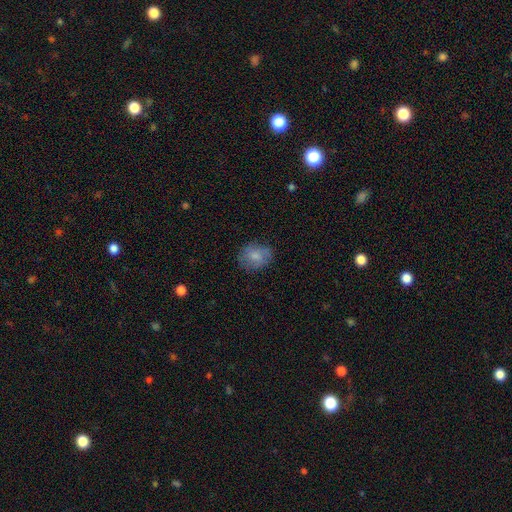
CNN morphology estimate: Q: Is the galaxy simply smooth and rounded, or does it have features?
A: smooth — 76%.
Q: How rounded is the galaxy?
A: round — 55%.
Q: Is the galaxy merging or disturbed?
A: none — 74%.